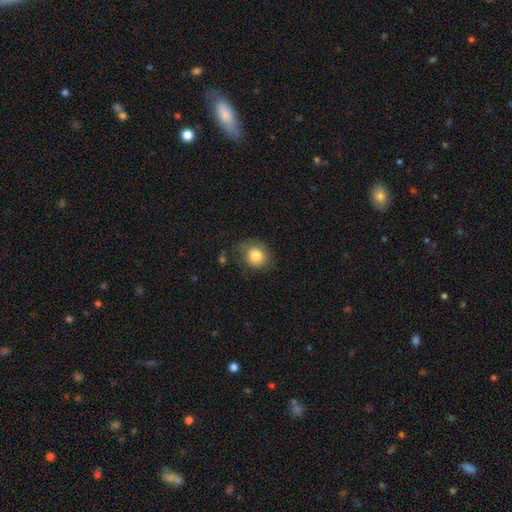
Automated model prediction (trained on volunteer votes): Overall: smooth (81%). How rounded: round (70%). Merging: none (71%).